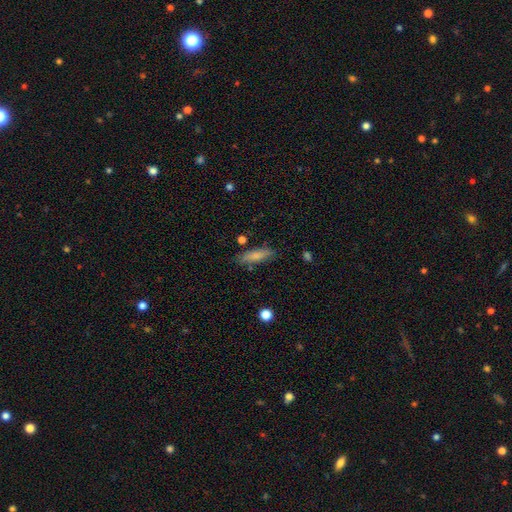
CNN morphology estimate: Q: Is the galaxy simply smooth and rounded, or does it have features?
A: smooth — 77%.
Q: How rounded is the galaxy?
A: cigar-shaped — 58%.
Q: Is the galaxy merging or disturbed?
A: none — 80%.